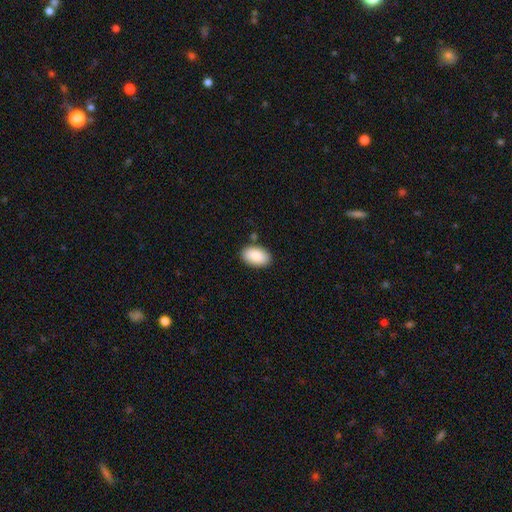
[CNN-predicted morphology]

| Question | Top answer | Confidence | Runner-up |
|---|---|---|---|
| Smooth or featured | smooth | 88% | star or artifact (6%) |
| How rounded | in between | 93% | round (6%) |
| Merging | none | 84% | minor disturbance (11%) |